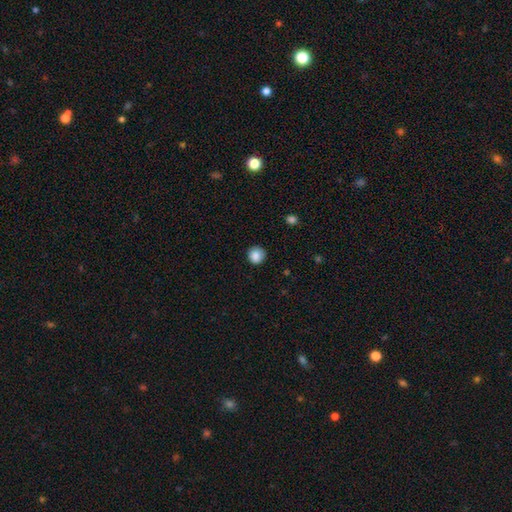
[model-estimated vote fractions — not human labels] smooth-or-featured: smooth: 87% | star or artifact: 10% | featured or disk: 4%
  how-rounded: round: 92% | in between: 7% | cigar-shaped: 1%
  merging: none: 87% | minor disturbance: 10% | major disturbance: 2% | merger: 1%